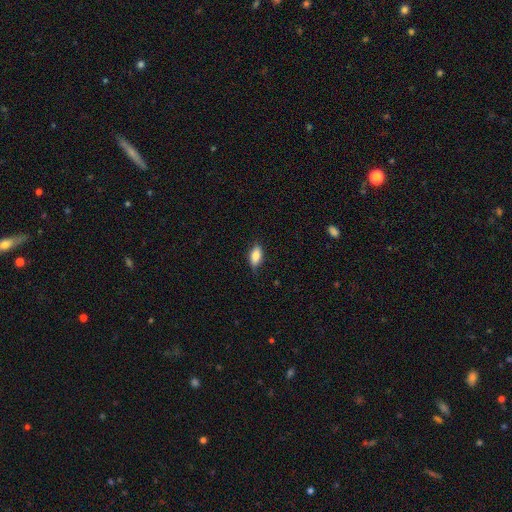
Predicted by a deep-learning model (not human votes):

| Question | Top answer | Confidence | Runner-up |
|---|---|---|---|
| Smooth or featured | smooth | 80% | featured or disk (13%) |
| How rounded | in between | 84% | cigar-shaped (12%) |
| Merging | none | 78% | minor disturbance (18%) |